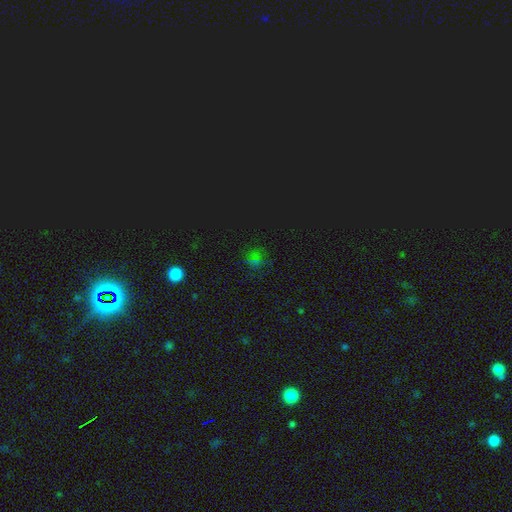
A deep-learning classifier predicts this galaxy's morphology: Smooth or featured? star or artifact (51%)